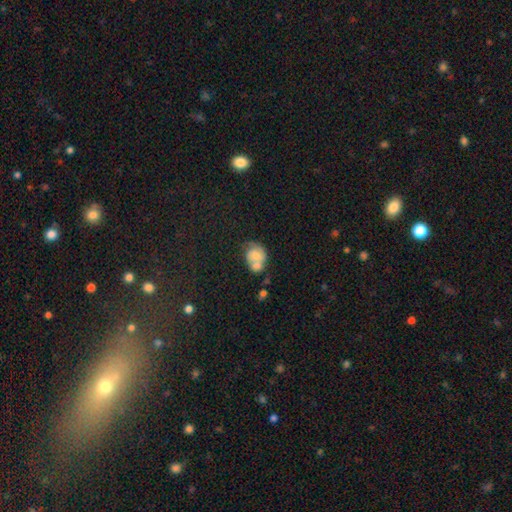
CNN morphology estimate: A smooth galaxy with no disk features (59%) that is round (52%). Merging: merger (55%).